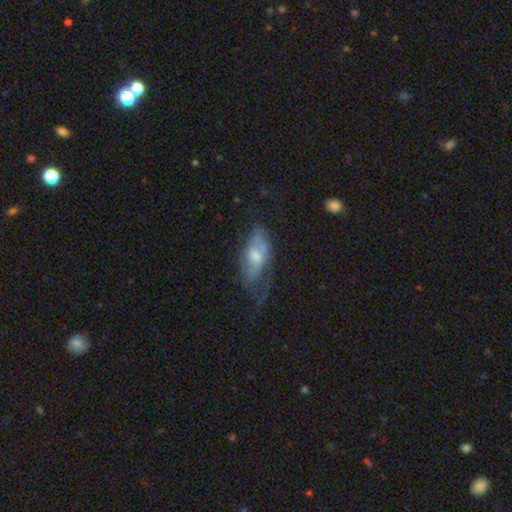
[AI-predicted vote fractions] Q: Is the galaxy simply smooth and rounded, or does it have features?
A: featured or disk — 53%.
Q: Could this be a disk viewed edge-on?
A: no — 78%.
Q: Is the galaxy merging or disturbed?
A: none — 37%.